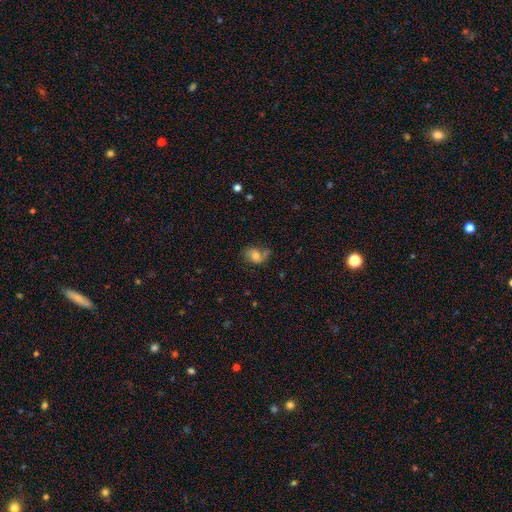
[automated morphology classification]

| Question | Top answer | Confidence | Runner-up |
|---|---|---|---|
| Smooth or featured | smooth | 58% | featured or disk (31%) |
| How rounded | in between | 61% | round (37%) |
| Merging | none | 47% | minor disturbance (29%) |